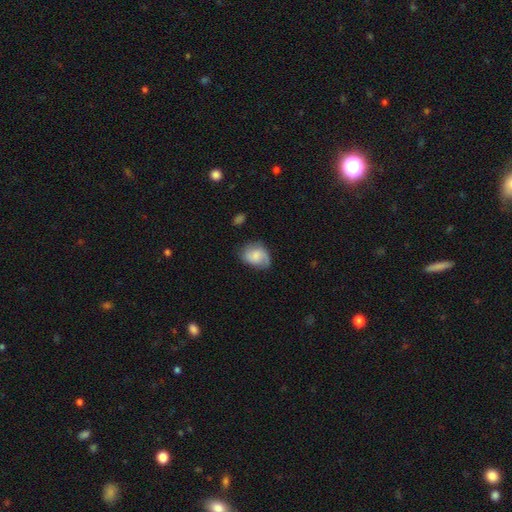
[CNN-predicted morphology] Smooth or featured? smooth (50%)
How rounded? in between (61%)
Merging? none (56%)